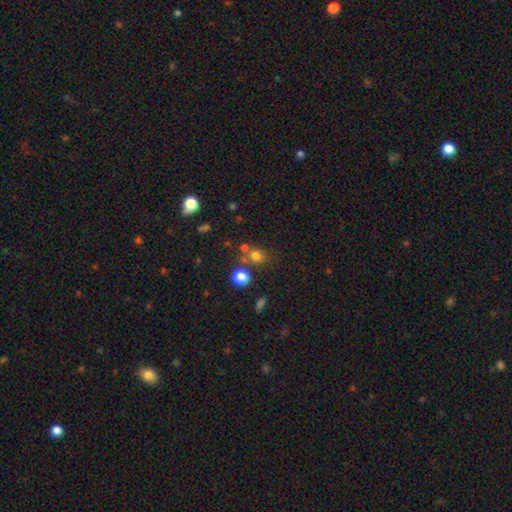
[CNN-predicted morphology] Smooth or featured? Predicted: smooth (p=0.73). How rounded? Predicted: round (p=0.84). Merging? Predicted: none (p=0.64).